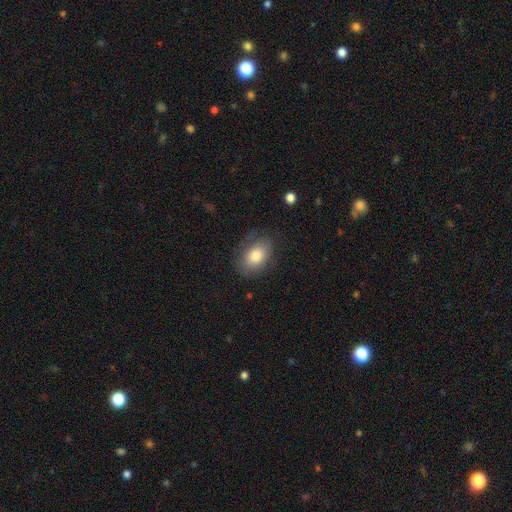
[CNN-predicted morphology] smooth 79%, featured or disk 14%, star or artifact 7%. Down the decision tree: how rounded — in between (83%); merging — none (74%).